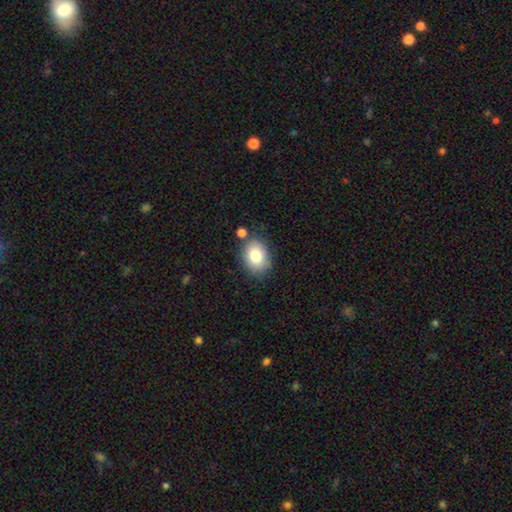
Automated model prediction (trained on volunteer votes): A smooth galaxy with no disk features (80%) that is in between round and cigar-shaped (66%).

Vote fractions:
- Smooth or featured? smooth: 80% / featured or disk: 11% / star or artifact: 9%
- How rounded? in between: 66% / round: 33% / cigar-shaped: 1%
- Merging? none: 76% / minor disturbance: 13% / merger: 7% / major disturbance: 4%